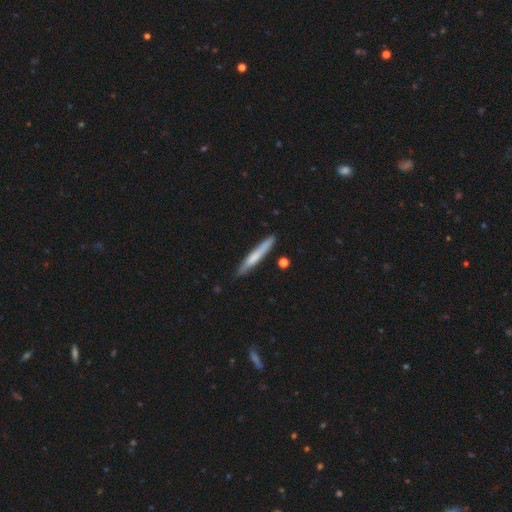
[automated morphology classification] type=smooth (64%); roundness=cigar-shaped (96%); merging=none (84%).